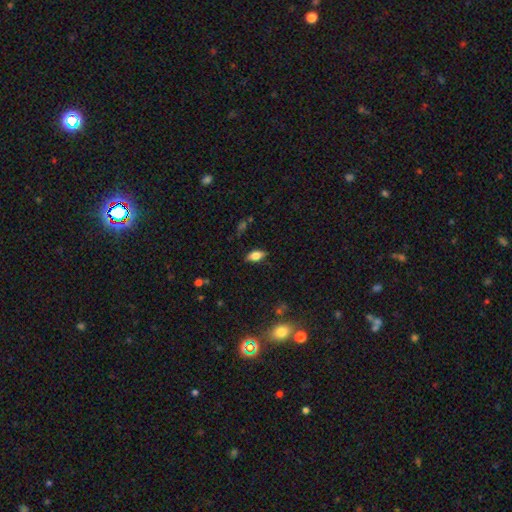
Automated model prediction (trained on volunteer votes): Smooth or featured? smooth (66%)
How rounded? in between (85%)
Merging? none (84%)